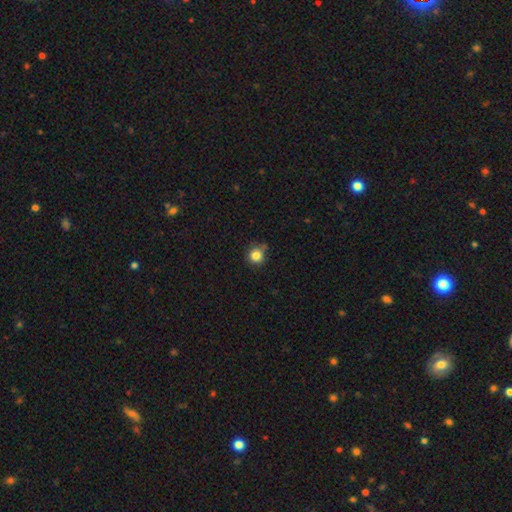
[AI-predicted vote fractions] Smooth or featured: smooth — 84% (star or artifact — 12%)
How rounded: round — 92% (in between — 7%)
Merging: none — 76% (minor disturbance — 16%)